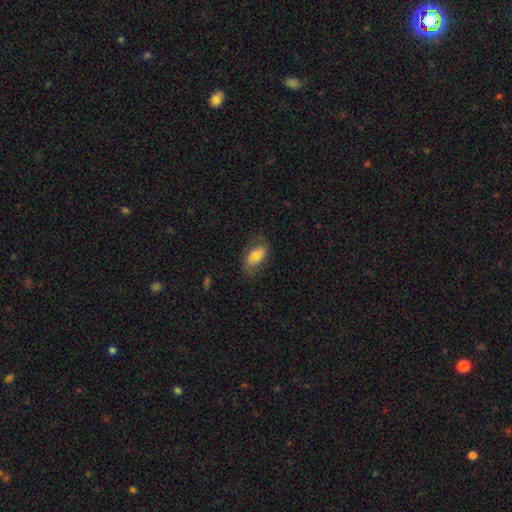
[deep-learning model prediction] Smooth or featured: smooth — 65% (featured or disk — 28%)
How rounded: in between — 90% (round — 6%)
Merging: none — 66% (minor disturbance — 22%)